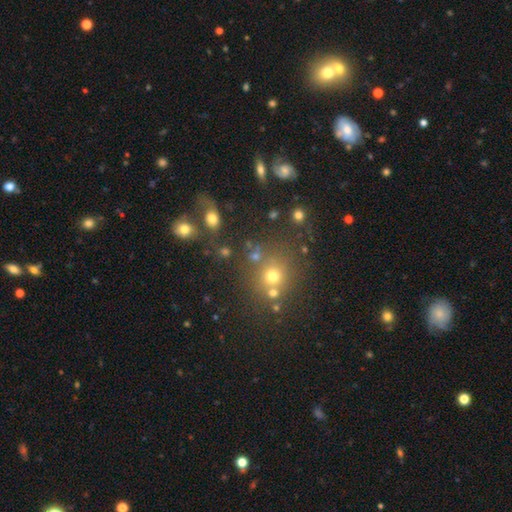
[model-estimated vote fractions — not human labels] smooth 65%, star or artifact 24%, featured or disk 12%. Down the decision tree: how rounded — round (83%); merging — none (68%).